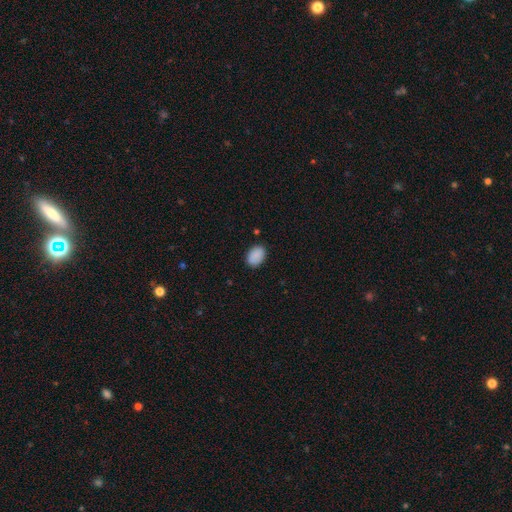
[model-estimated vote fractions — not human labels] Smooth or featured? Predicted: smooth (p=0.89). How rounded? Predicted: in between (p=0.81). Merging? Predicted: none (p=0.85).